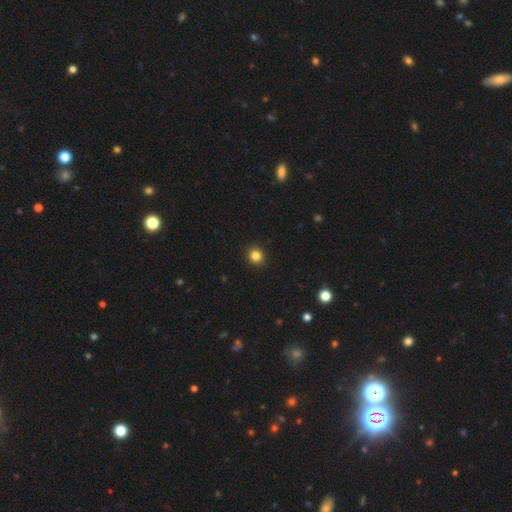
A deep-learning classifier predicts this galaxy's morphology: Q: Smooth or featured?
A: smooth (84%); runner-up: star or artifact (12%)
Q: How rounded?
A: round (89%); runner-up: in between (10%)
Q: Merging?
A: none (93%); runner-up: minor disturbance (5%)